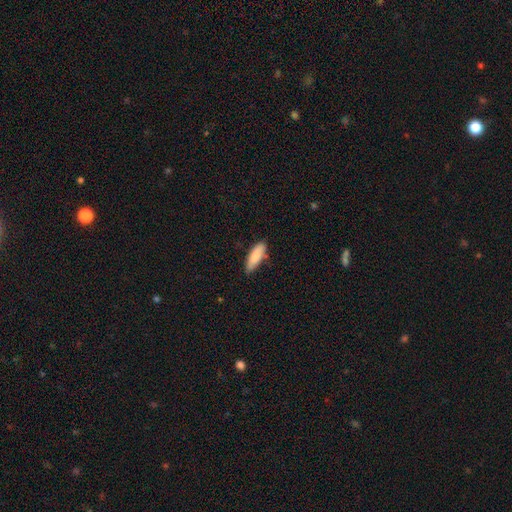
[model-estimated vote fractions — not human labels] This appears to be a smooth galaxy with no disk features (86%) that is in between round and cigar-shaped (58%). Merging: none (72%).